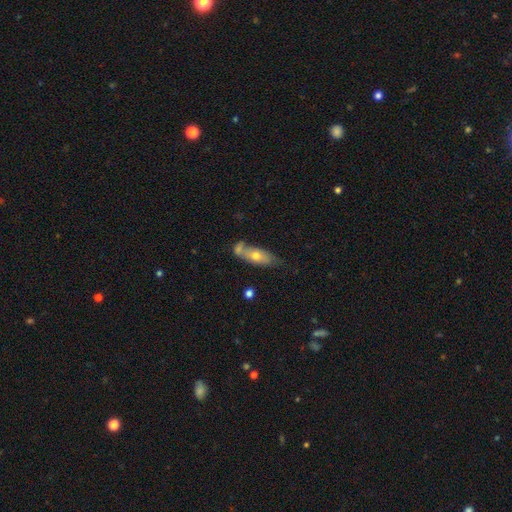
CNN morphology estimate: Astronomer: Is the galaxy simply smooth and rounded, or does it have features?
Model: smooth — 56% (runner-up: featured or disk, 37%).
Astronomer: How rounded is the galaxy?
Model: in between — 71%.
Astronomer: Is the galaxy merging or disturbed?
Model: none — 41% (runner-up: merger, 28%).